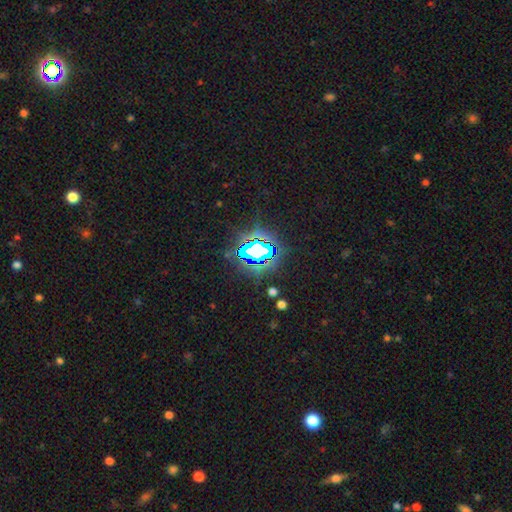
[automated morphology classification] star or artifact 72%, smooth 16%, featured or disk 12%.